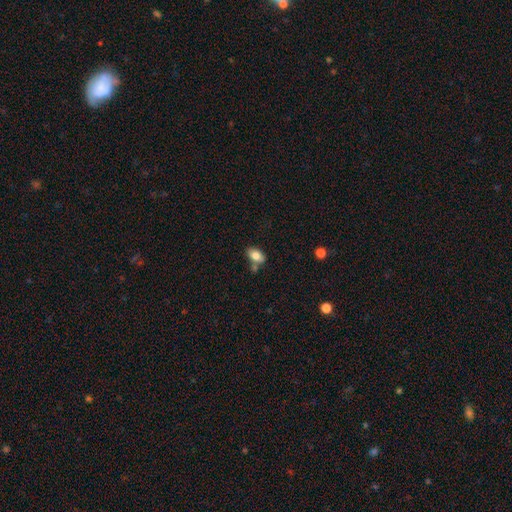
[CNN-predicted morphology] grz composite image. It shows a smooth galaxy with no disk features (79%) that is in between round and cigar-shaped (90%). Merging: none (61%).